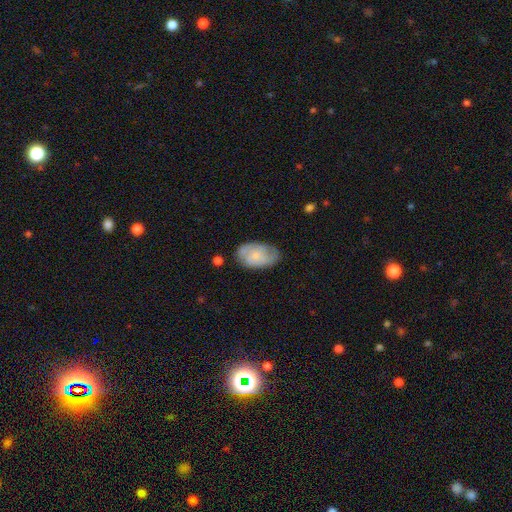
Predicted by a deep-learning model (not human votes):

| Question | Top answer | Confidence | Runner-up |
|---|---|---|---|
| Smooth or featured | smooth | 50% | featured or disk (43%) |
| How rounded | in between | 91% | round (7%) |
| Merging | none | 66% | minor disturbance (25%) |